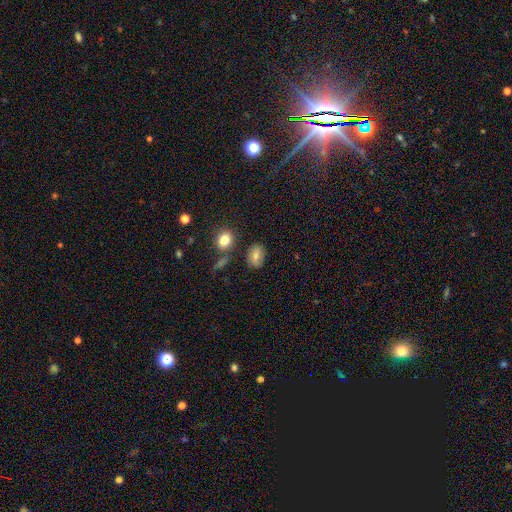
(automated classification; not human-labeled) Smooth or featured? smooth (75%)
How rounded? in between (73%)
Merging? none (76%)